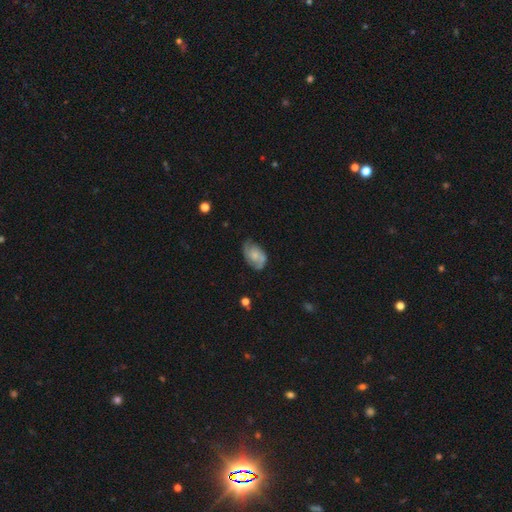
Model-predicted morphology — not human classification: type=featured or disk (61%); edge-on=no (96%); bar=no (72%); spiral arms=yes (87%); winding=medium (44%); arm count=2 (71%); bulge=small (46%); merging=none (62%).